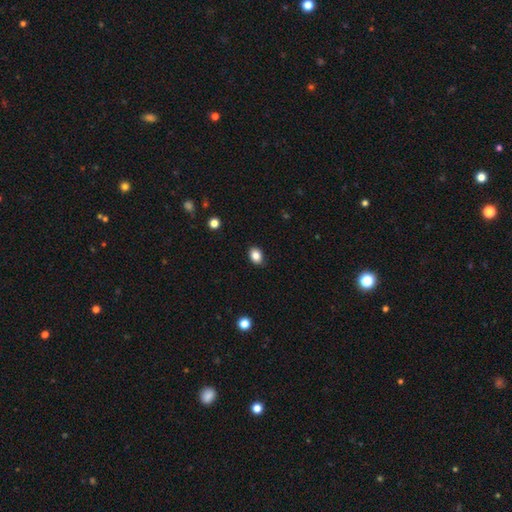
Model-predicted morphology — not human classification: A smooth galaxy with no disk features (86%) that is in between round and cigar-shaped (67%). Merging: none (89%).